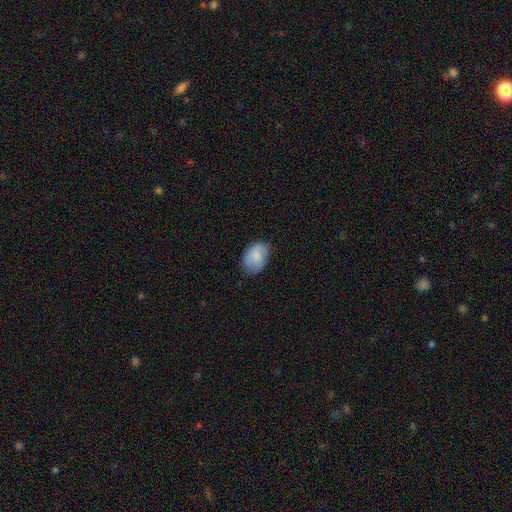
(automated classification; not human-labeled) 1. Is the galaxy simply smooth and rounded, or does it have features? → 81% smooth, 13% featured or disk, 6% star or artifact.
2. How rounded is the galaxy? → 82% in between, 17% round, 1% cigar-shaped.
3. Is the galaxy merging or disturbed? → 77% none, 19% minor disturbance, 4% major disturbance, 1% merger.